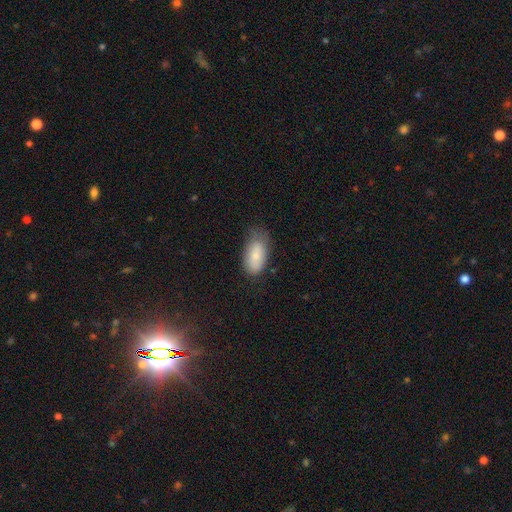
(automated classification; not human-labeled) Overall: smooth (79%). How rounded: in between (93%). Merging: none (54%; minor disturbance 34%).